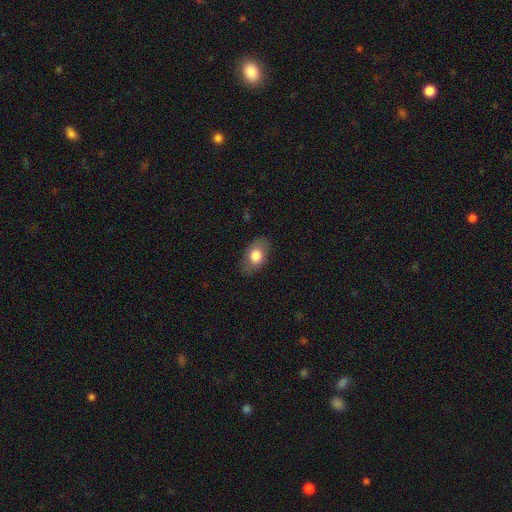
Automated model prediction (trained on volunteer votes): Smooth or featured? Predicted: smooth (p=0.75). How rounded? Predicted: in between (p=0.87). Merging? Predicted: none (p=0.80).